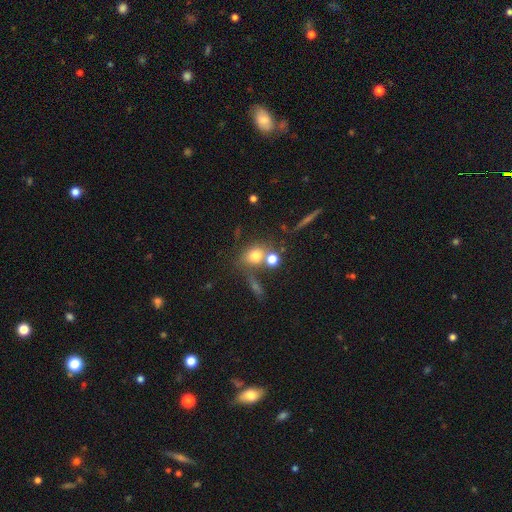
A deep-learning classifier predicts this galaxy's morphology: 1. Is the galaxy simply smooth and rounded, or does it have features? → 72% smooth, 14% star or artifact, 14% featured or disk.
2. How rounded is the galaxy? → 61% round, 36% in between, 3% cigar-shaped.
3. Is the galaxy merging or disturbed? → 49% none, 32% merger, 12% minor disturbance, 8% major disturbance.